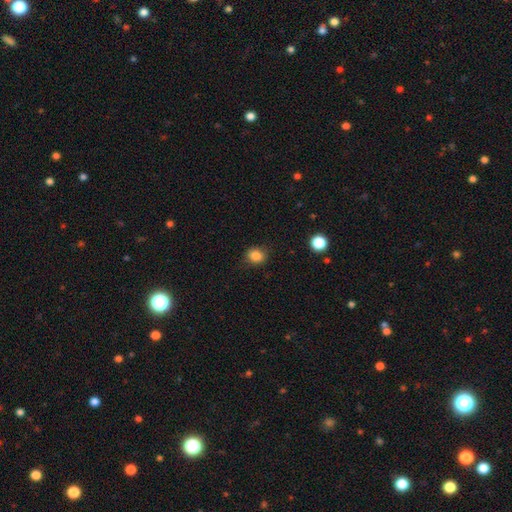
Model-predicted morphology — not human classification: A smooth galaxy with no disk features (84%) that is round (66%). Merging: none (82%).